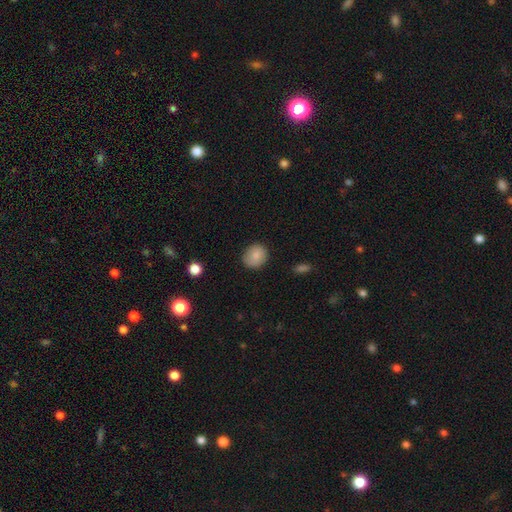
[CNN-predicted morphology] The model was most divided on "how rounded": round: 75%, in between: 24%, cigar-shaped: 1%. More confident: merging — none (84%); smooth or featured — smooth (83%).